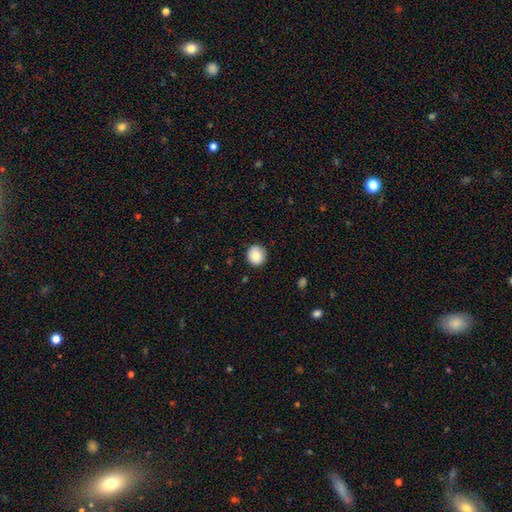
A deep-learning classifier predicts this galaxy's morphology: type=smooth (84%); roundness=round (92%); merging=none (88%).